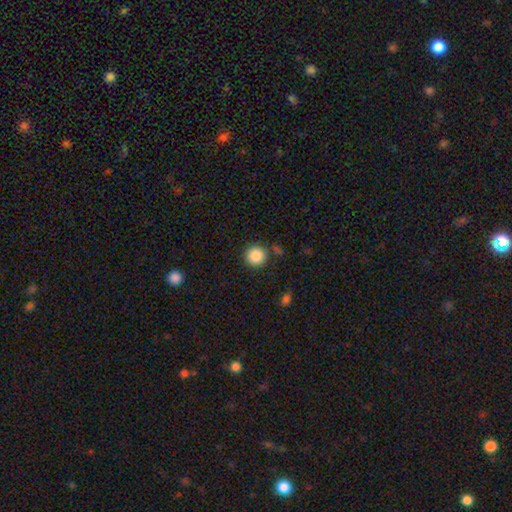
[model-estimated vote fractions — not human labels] smooth_or_featured: smooth (p=0.87) [alt: star or artifact p=0.09]
how_rounded: round (p=0.95) [alt: in between p=0.04]
merging: none (p=0.86) [alt: minor disturbance p=0.08]